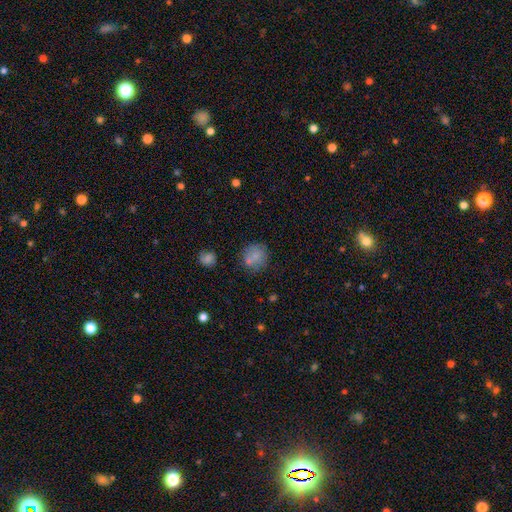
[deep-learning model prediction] Smooth or featured? Predicted: smooth (p=0.74). How rounded? Predicted: round (p=0.83). Merging? Predicted: none (p=0.61).